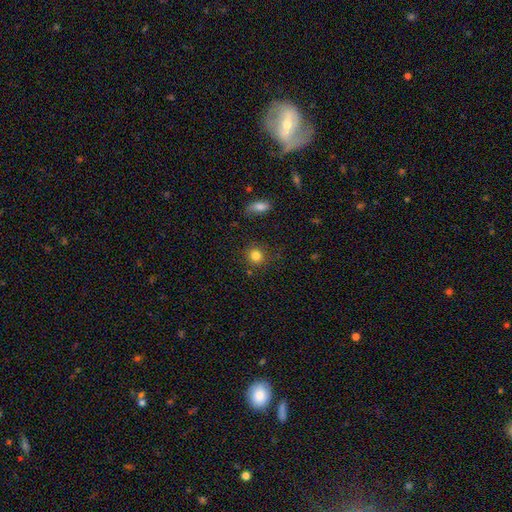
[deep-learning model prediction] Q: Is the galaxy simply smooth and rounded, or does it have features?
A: smooth — 83%.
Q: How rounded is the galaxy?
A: round — 89%.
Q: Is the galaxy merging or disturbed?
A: none — 85%.